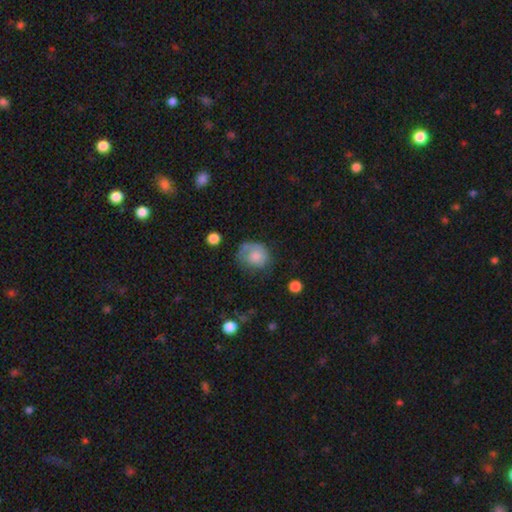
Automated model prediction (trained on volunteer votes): The model was most divided on "merging": none: 44%, minor disturbance: 28%, major disturbance: 26%, merger: 3%. More confident: smooth or featured — smooth (70%); how rounded — round (67%).